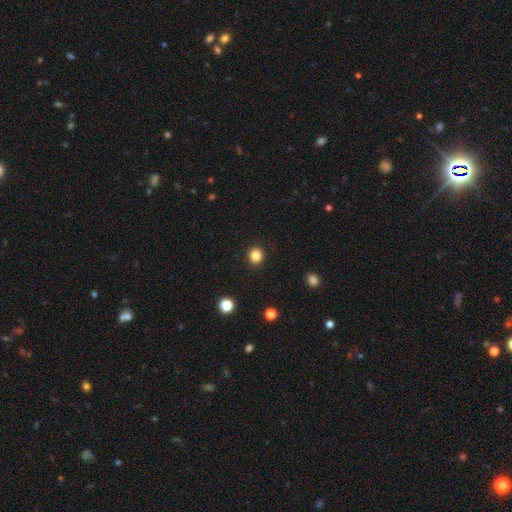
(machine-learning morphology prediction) smooth_or_featured: smooth (p=0.84) [alt: star or artifact p=0.12]
how_rounded: round (p=0.89) [alt: in between p=0.10]
merging: none (p=0.92) [alt: minor disturbance p=0.05]